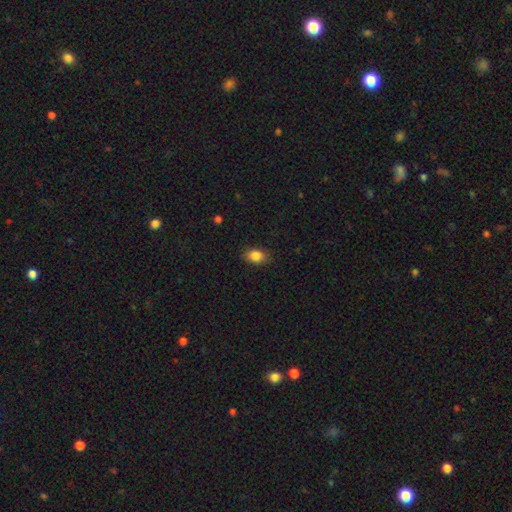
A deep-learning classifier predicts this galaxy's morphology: This is clearly a smooth galaxy (87%). How rounded: clearly in between (81%). Merging: clearly none (85%).